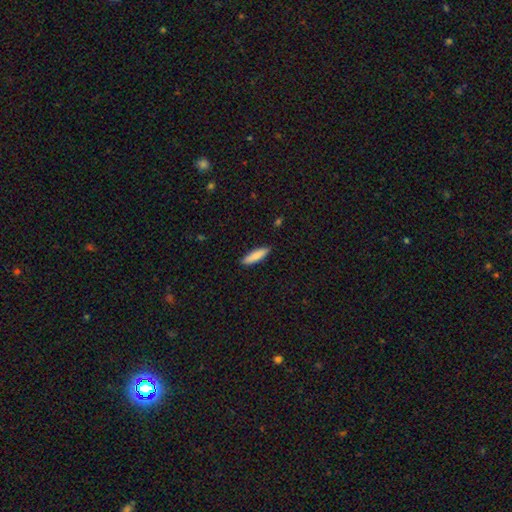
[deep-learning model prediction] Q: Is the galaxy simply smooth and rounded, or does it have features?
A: smooth — 85%.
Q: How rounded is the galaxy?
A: cigar-shaped — 72%.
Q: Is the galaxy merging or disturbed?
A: none — 89%.